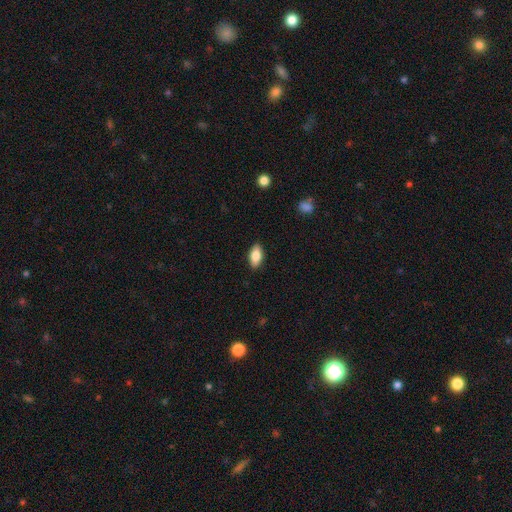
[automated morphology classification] A smooth galaxy with no disk features (82%) that is in between round and cigar-shaped (89%). Merging: none (88%).